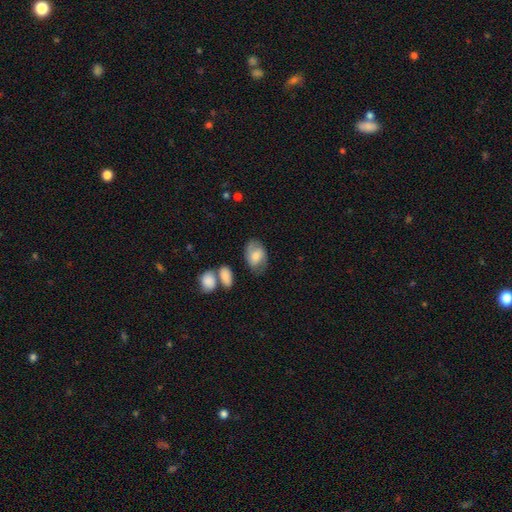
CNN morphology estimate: Q: Smooth or featured?
A: smooth (60%); runner-up: featured or disk (33%)
Q: How rounded?
A: in between (85%); runner-up: round (13%)
Q: Merging?
A: none (67%); runner-up: minor disturbance (21%)